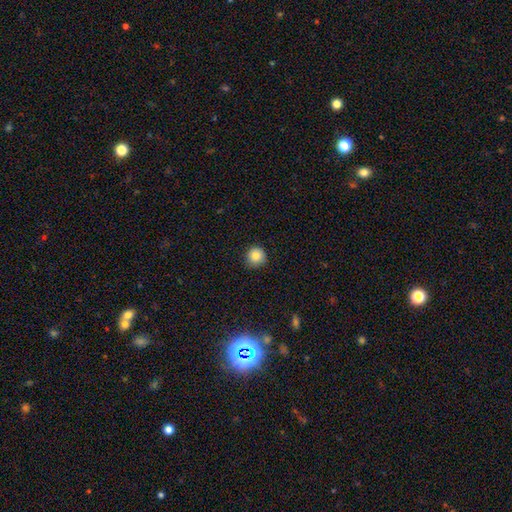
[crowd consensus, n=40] Volunteers were most divided on "smooth or featured": smooth: 72%, featured or disk: 15%, star or artifact: 12%. More confident: how rounded — round (97%); merging — none (86%).